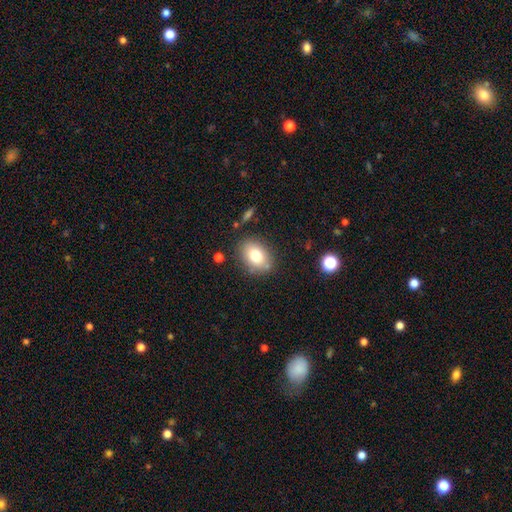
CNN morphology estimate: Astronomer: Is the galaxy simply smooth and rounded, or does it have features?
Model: smooth — 78%.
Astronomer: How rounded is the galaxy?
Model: in between — 69%.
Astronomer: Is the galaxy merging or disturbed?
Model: none — 80%.